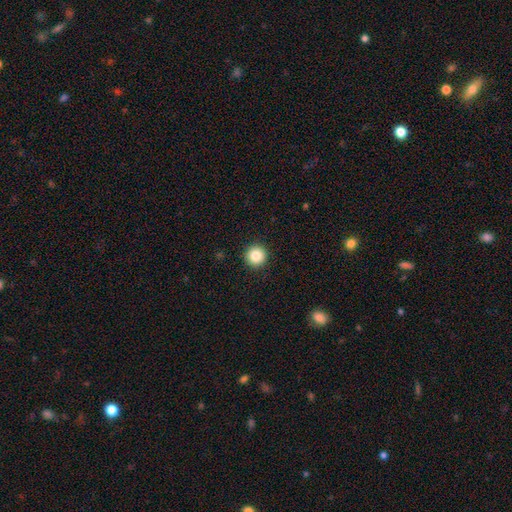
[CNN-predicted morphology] Smooth or featured?
  - smooth: 85% *
  - star or artifact: 10%
  - featured or disk: 5%
How rounded?
  - round: 96% *
  - in between: 3%
  - cigar-shaped: 1%
Merging?
  - none: 93% *
  - minor disturbance: 4%
  - major disturbance: 2%
  - merger: 1%